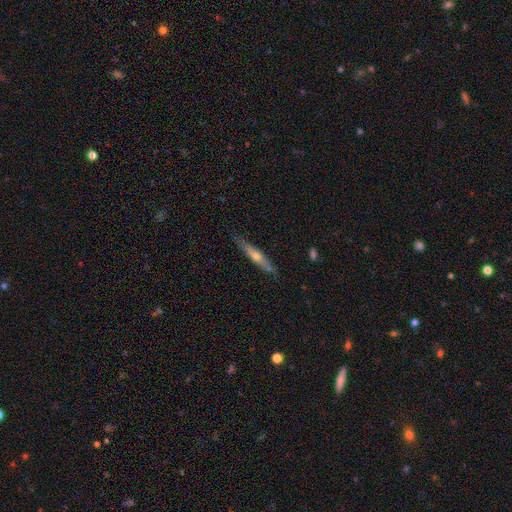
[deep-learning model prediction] Overall: featured or disk (56%; smooth 38%). Edge-on disk: yes (93%). Edge-on bulge: rounded (78%). Merging: none (85%).